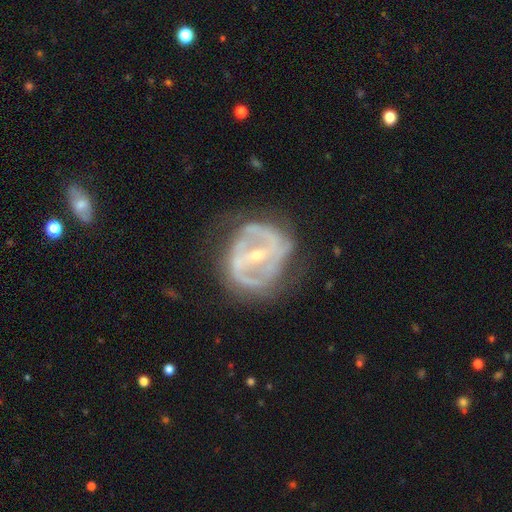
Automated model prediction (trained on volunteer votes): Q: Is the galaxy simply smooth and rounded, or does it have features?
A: featured or disk — 85%.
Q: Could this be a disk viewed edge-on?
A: no — 96%.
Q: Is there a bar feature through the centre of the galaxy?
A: strong — 59%.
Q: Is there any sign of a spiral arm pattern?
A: yes — 79%.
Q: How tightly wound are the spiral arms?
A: medium — 41%.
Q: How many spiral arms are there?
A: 2 — 62%.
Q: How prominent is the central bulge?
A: small — 63%.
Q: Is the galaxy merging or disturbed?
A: none — 60%.